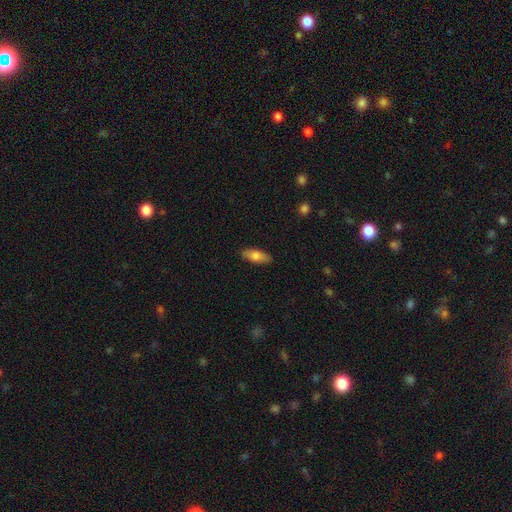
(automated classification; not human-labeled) smooth 73%, featured or disk 21%, star or artifact 6%. Down the decision tree: how rounded — in between (69%); merging — none (88%).